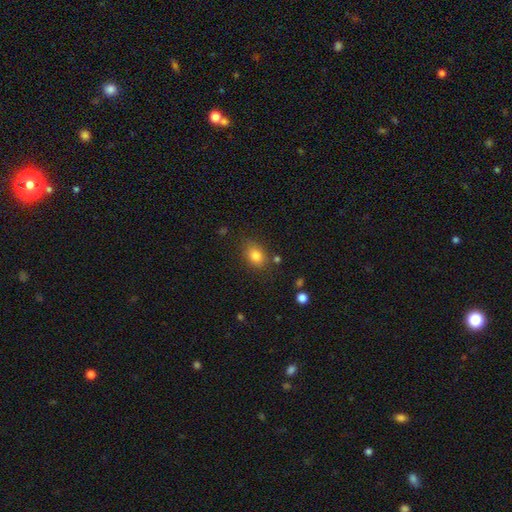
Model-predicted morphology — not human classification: Q: Smooth or featured?
A: smooth (81%); runner-up: star or artifact (11%)
Q: How rounded?
A: in between (61%); runner-up: round (37%)
Q: Merging?
A: none (76%); runner-up: minor disturbance (15%)